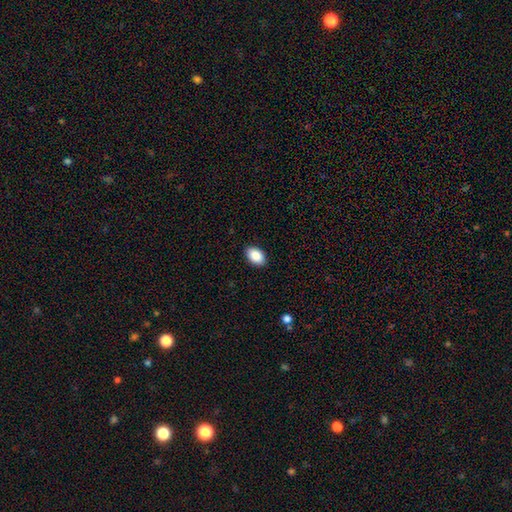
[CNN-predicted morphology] Smooth or featured? smooth (89%)
How rounded? in between (89%)
Merging? none (90%)